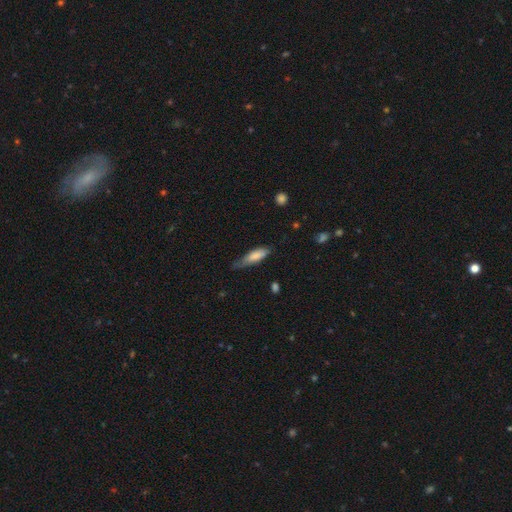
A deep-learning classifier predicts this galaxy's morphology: Smooth or featured? smooth (75%)
How rounded? cigar-shaped (51%)
Merging? none (44%)